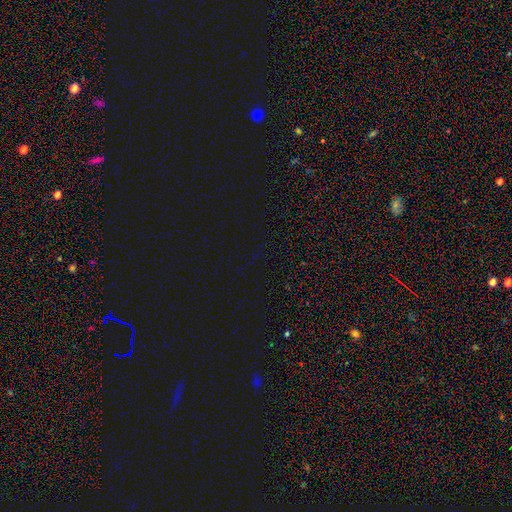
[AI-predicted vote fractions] This appears to be a star or artifact, not a galaxy (77%).